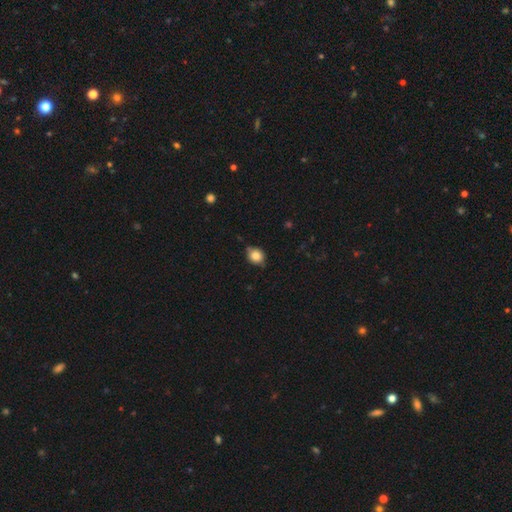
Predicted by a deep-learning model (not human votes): Smooth or featured? Predicted: smooth (p=0.83). How rounded? Predicted: round (p=0.63). Merging? Predicted: none (p=0.74).